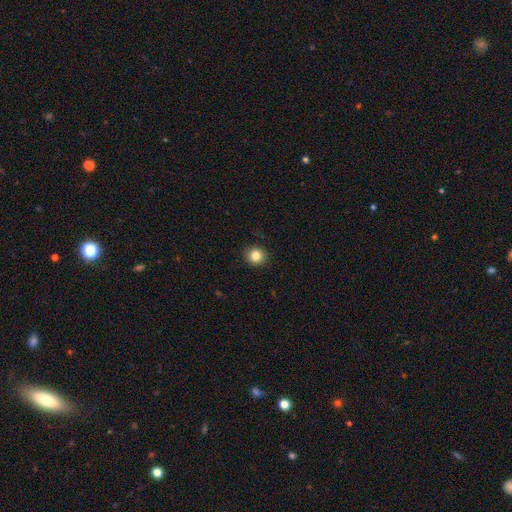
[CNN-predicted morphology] smooth_or_featured: smooth (p=0.83) [alt: star or artifact p=0.11]
how_rounded: round (p=0.88) [alt: in between p=0.11]
merging: none (p=0.91) [alt: minor disturbance p=0.06]